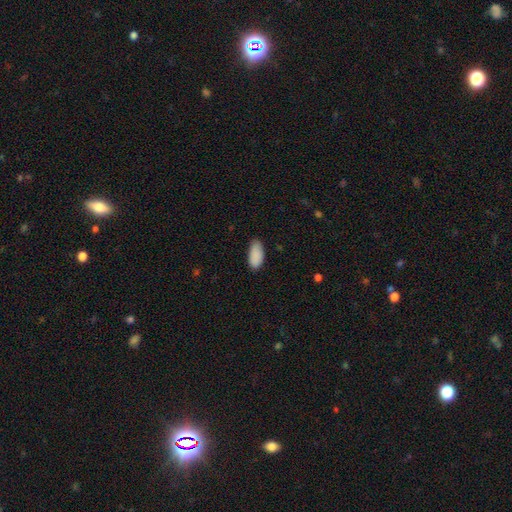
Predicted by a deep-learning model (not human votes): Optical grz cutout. It shows a smooth galaxy with no disk features (89%) that is in between round and cigar-shaped (91%). Merging: none (79%).